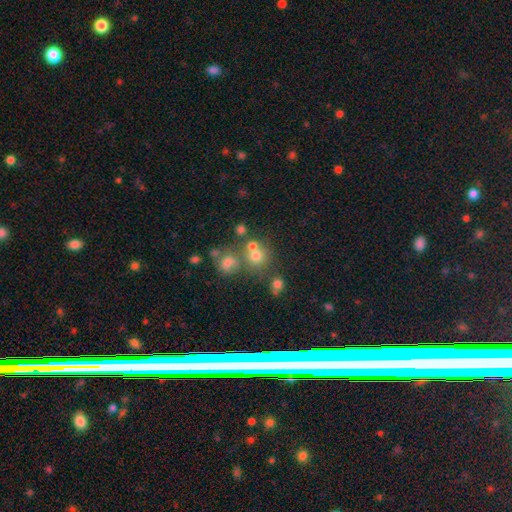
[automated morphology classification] This is likely a smooth galaxy (66%). How rounded: clearly round (83%). Merging: possibly none (53%).